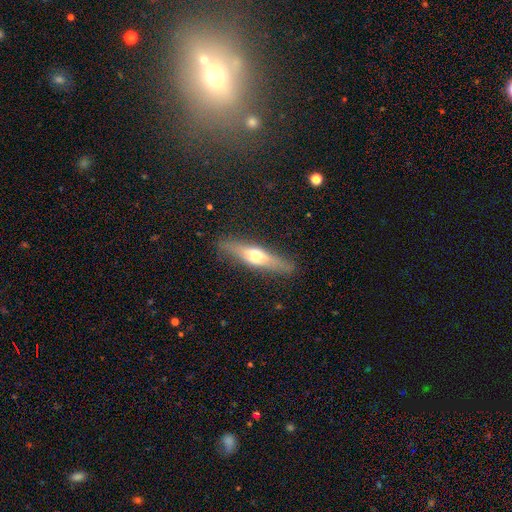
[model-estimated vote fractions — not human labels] Morphology: type=featured or disk (57%); edge-on=yes (88%); edge-on bulge=rounded (88%); merging=none (84%).